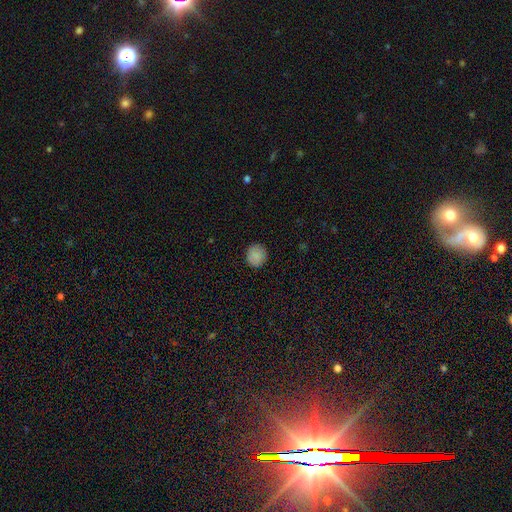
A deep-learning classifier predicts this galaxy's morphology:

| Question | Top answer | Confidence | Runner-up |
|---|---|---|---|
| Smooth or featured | smooth | 87% | star or artifact (8%) |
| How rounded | round | 90% | in between (9%) |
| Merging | none | 89% | minor disturbance (8%) |